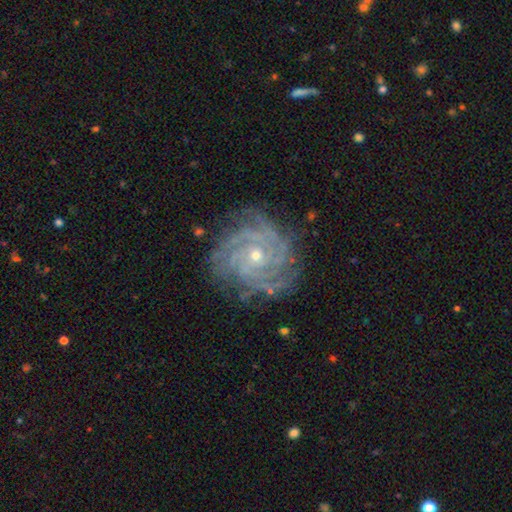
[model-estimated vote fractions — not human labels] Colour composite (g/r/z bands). It shows a featured or disk galaxy (89%) with no bar (75%), 4 (26%) tight (77%) spiral arms (98%) and a small central bulge (65%). Merging: none (79%).